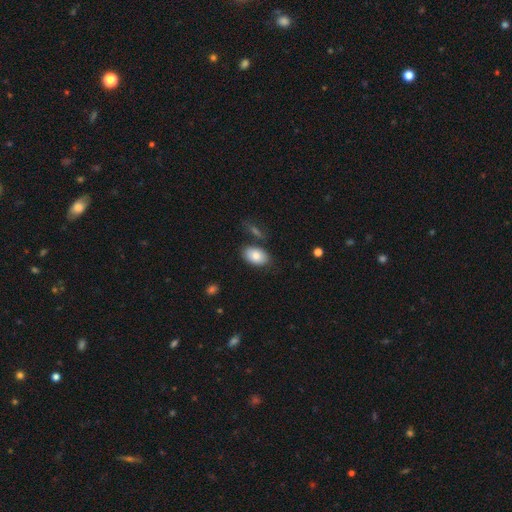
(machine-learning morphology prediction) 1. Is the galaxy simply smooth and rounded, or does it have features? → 81% smooth, 12% featured or disk, 7% star or artifact.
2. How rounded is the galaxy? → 90% in between, 8% round, 1% cigar-shaped.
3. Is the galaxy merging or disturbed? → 76% none, 13% minor disturbance, 7% merger, 4% major disturbance.